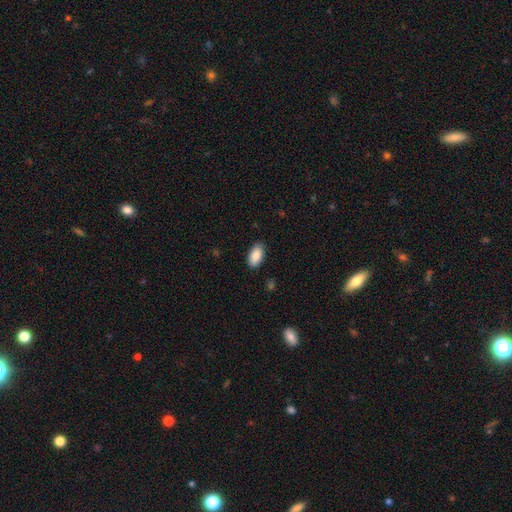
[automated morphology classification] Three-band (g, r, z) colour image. It shows a smooth galaxy with no disk features (89%) that is in between round and cigar-shaped (94%). Merging: none (85%).